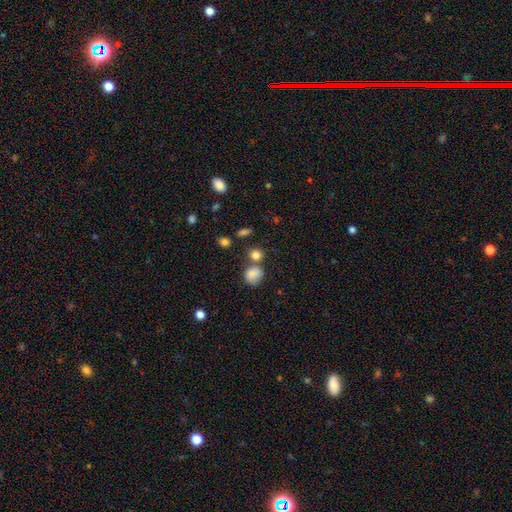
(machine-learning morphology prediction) A smooth galaxy with no disk features (81%) that is round (72%).

Vote fractions:
- Smooth or featured? smooth: 81% / star or artifact: 12% / featured or disk: 7%
- How rounded? round: 72% / in between: 27% / cigar-shaped: 2%
- Merging? none: 60% / merger: 22% / minor disturbance: 13% / major disturbance: 5%